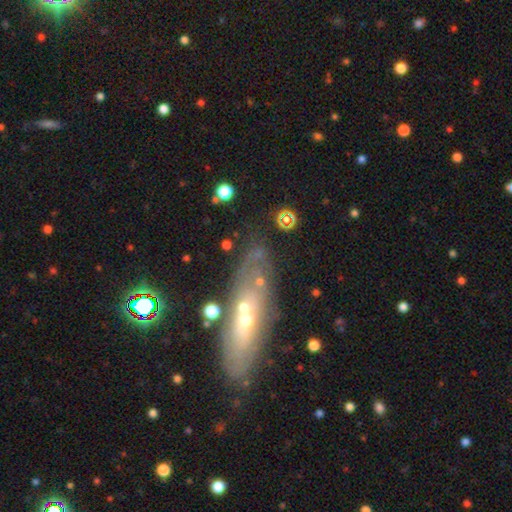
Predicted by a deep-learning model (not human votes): featured or disk 49%, smooth 32%, star or artifact 20%. Down the decision tree: merging — none (63%).